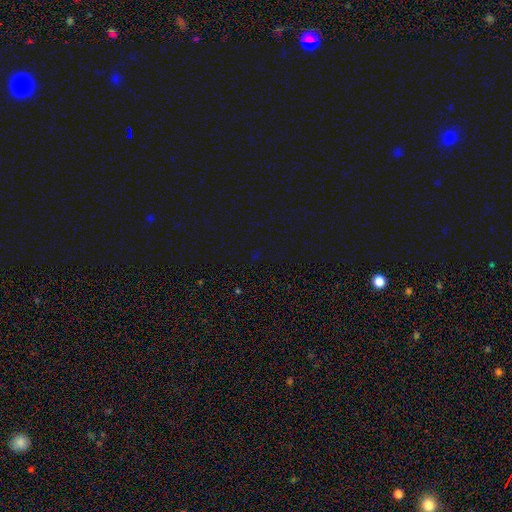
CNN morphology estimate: smooth-or-featured: star or artifact: 73% | smooth: 20% | featured or disk: 7%